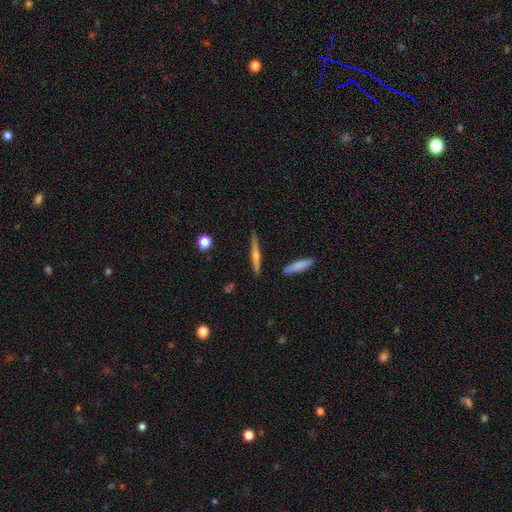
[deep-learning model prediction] Smooth or featured? Predicted: featured or disk (p=0.64). Edge-on disk? Predicted: yes (p=0.97). Edge-on bulge? Predicted: rounded (p=0.84). Merging? Predicted: none (p=0.88).